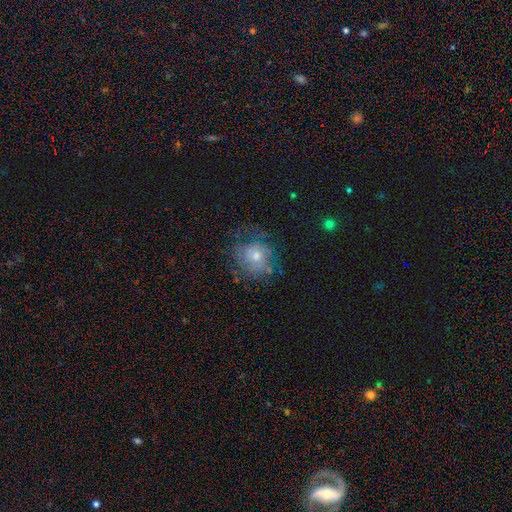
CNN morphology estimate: Smooth or featured? Predicted: featured or disk (p=0.44). Merging? Predicted: none (p=0.62).